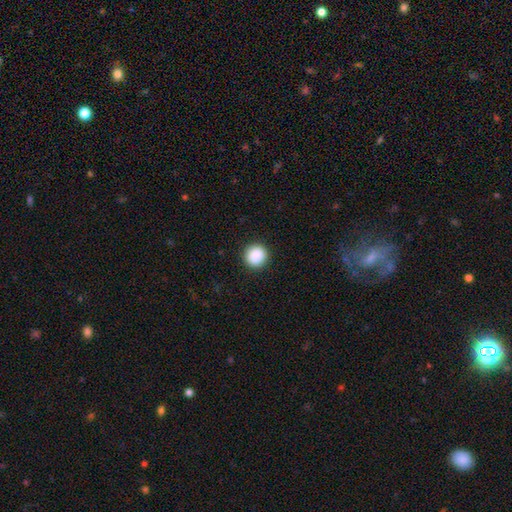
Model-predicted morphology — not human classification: Smooth or featured: smooth — 88% (star or artifact — 9%)
How rounded: round — 94% (in between — 5%)
Merging: none — 92% (minor disturbance — 5%)